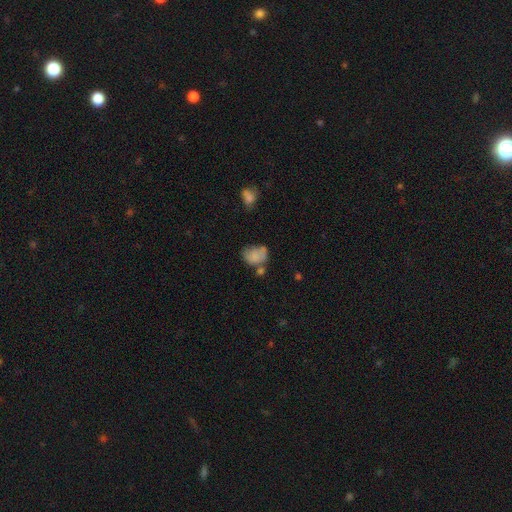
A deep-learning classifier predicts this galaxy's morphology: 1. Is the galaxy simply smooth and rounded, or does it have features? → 74% smooth, 16% featured or disk, 10% star or artifact.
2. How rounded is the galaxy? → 63% in between, 35% round, 1% cigar-shaped.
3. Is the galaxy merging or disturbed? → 39% none, 29% minor disturbance, 18% merger, 15% major disturbance.